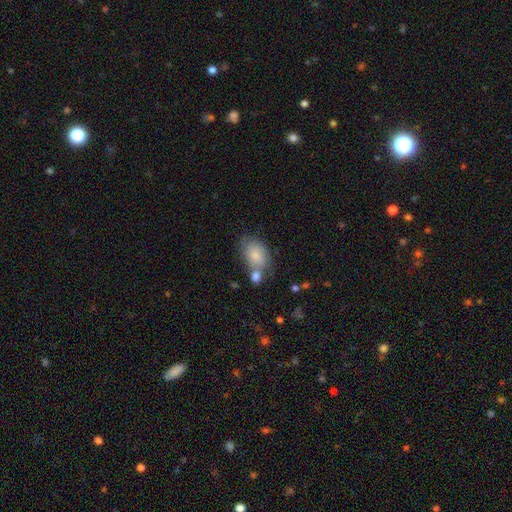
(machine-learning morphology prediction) smooth_or_featured: smooth (p=0.80) [alt: featured or disk p=0.13]
how_rounded: in between (p=0.86) [alt: round p=0.13]
merging: none (p=0.45) [alt: merger p=0.28]